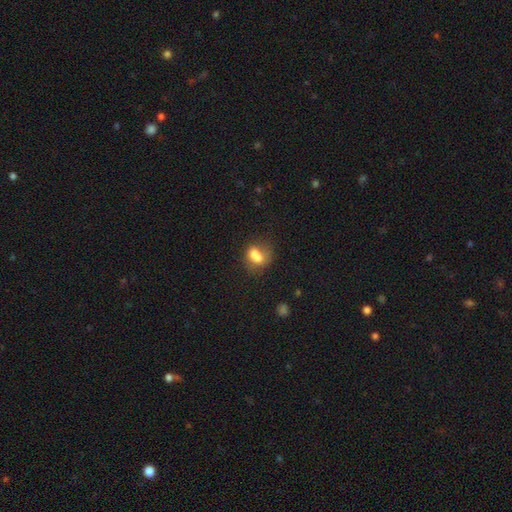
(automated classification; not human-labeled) smooth-or-featured: smooth: 72% | featured or disk: 17% | star or artifact: 11%
  how-rounded: in between: 62% | round: 34% | cigar-shaped: 4%
  merging: merger: 43% | none: 33% | minor disturbance: 15% | major disturbance: 9%